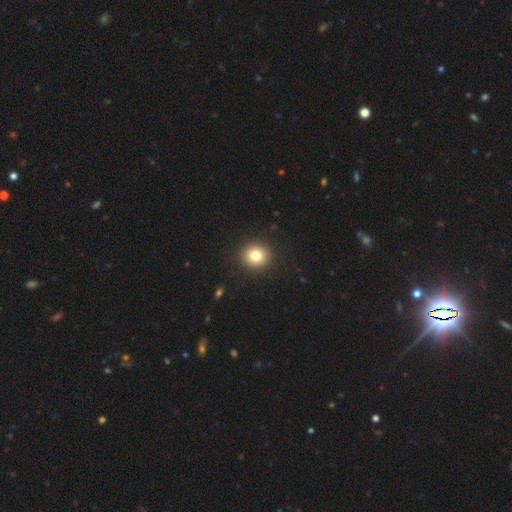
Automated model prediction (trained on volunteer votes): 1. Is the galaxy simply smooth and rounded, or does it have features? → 80% smooth, 11% star or artifact, 9% featured or disk.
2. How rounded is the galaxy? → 86% round, 13% in between, 1% cigar-shaped.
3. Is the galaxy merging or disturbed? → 92% none, 5% minor disturbance, 2% major disturbance, 1% merger.